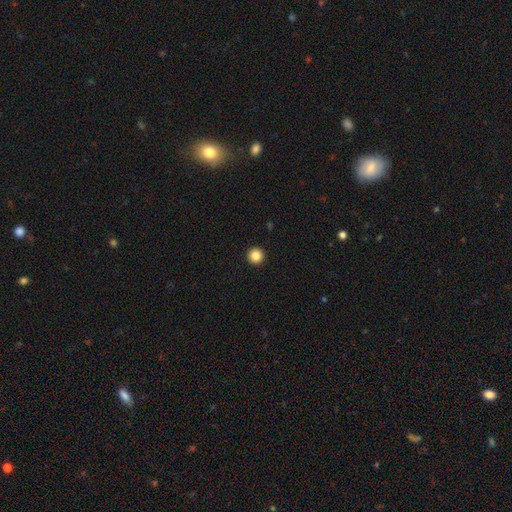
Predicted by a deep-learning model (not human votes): Smooth or featured? Predicted: smooth (p=0.86). How rounded? Predicted: round (p=0.97). Merging? Predicted: none (p=0.95).